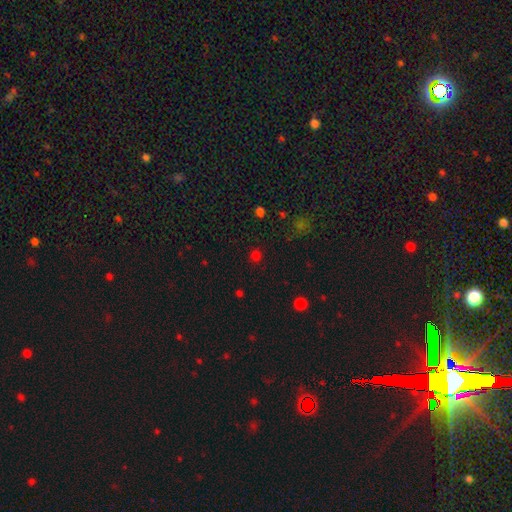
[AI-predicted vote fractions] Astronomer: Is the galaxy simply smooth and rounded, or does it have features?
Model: smooth — 69%.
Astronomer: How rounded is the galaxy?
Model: round — 90%.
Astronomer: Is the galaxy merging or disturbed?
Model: none — 88%.